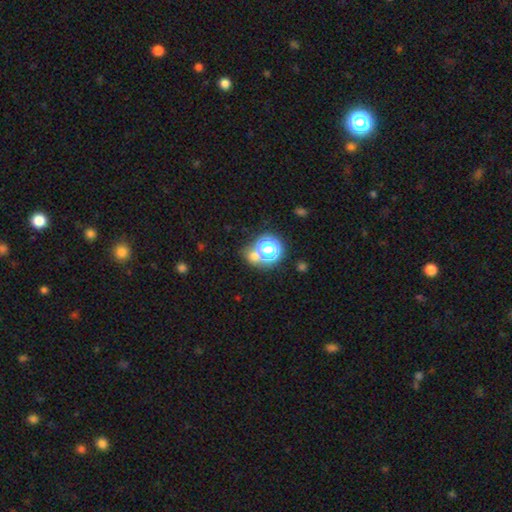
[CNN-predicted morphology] Overall: smooth (60%; star or artifact 30%). How rounded: round (80%). Merging: none (56%; merger 29%).